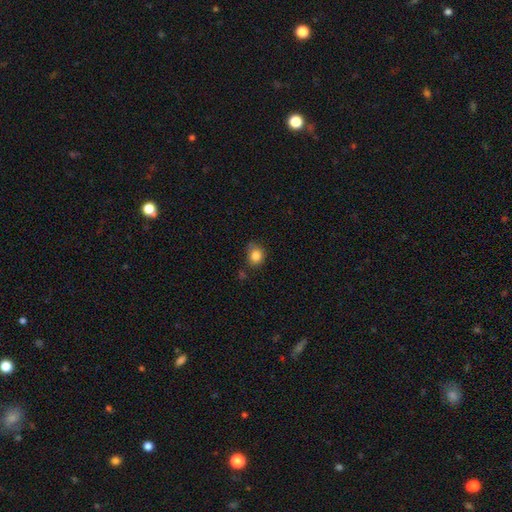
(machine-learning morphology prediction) Smooth or featured? Predicted: smooth (p=0.84). How rounded? Predicted: round (p=0.67). Merging? Predicted: none (p=0.65).